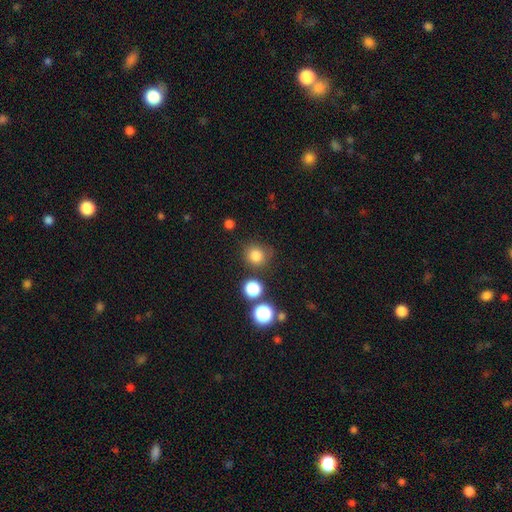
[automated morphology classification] A smooth galaxy with no disk features (82%) that is round (90%).

Vote fractions:
- Smooth or featured? smooth: 82% / star or artifact: 13% / featured or disk: 5%
- How rounded? round: 90% / in between: 9% / cigar-shaped: 1%
- Merging? none: 79% / minor disturbance: 12% / merger: 5% / major disturbance: 4%